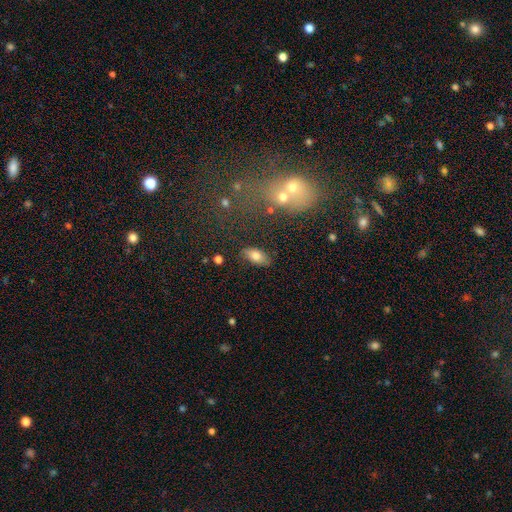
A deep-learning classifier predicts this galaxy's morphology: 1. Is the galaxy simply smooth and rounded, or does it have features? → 78% smooth, 13% featured or disk, 8% star or artifact.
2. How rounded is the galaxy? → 91% in between, 5% cigar-shaped, 4% round.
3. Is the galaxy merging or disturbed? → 80% none, 13% minor disturbance, 3% major disturbance, 3% merger.